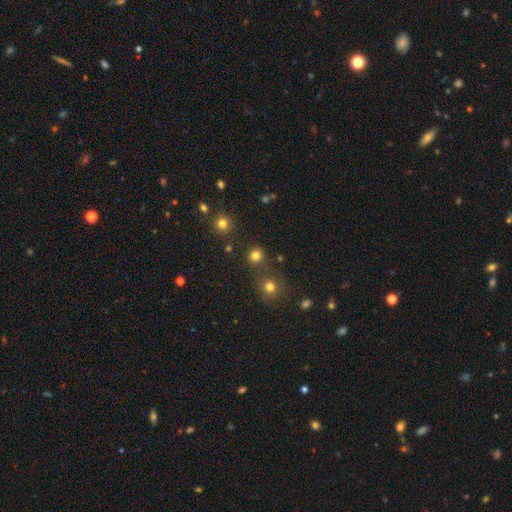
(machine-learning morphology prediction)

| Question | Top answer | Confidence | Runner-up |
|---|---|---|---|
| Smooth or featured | smooth | 79% | star or artifact (17%) |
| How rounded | round | 89% | in between (10%) |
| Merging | none | 79% | merger (10%) |